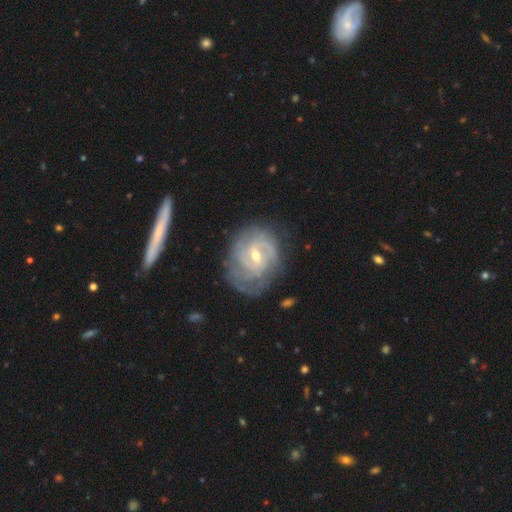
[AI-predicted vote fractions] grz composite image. It shows a featured or disk galaxy (85%) with a weak bar (49%), 2 (37%) tight (58%) spiral arms (94%) and a small central bulge (50%). Merging: none (64%).